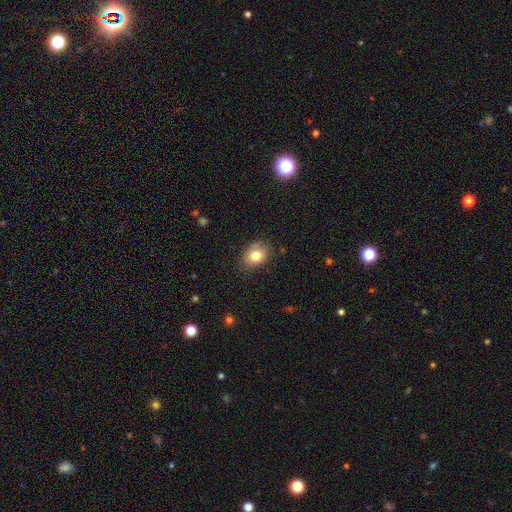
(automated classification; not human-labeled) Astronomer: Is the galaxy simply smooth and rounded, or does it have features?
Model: smooth — 80%.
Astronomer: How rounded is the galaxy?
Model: in between — 65%.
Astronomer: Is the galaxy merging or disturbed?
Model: none — 76%.